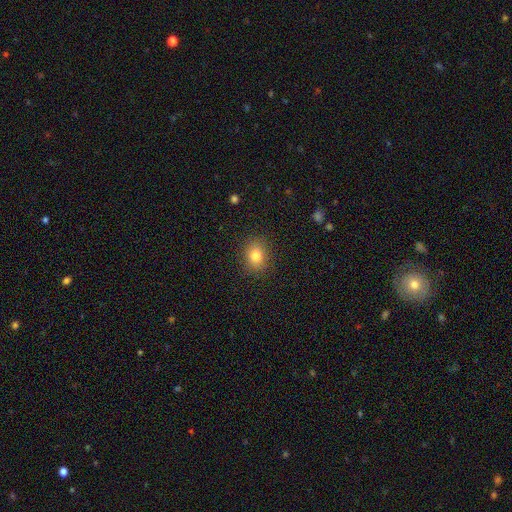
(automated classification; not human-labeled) Morphology: type=smooth (80%); roundness=round (53%); merging=none (88%).